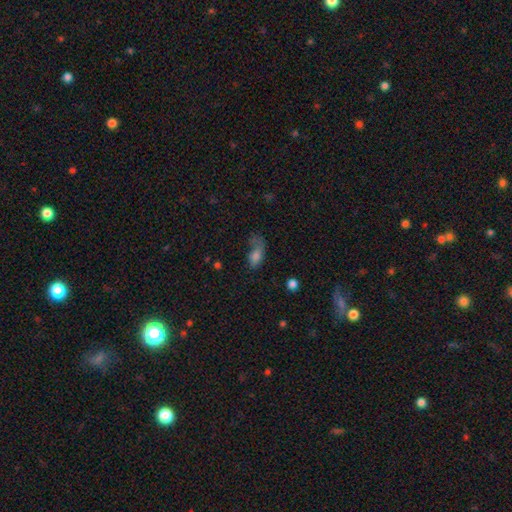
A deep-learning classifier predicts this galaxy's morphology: This appears to be a smooth galaxy with no disk features (73%) that is in between round and cigar-shaped (83%). Merging: major disturbance (37%).